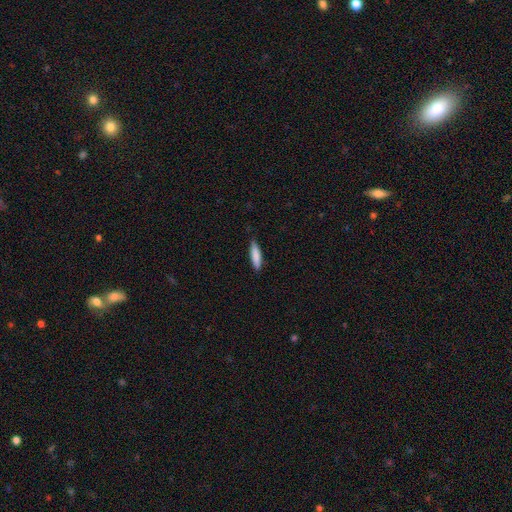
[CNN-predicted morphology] smooth 85%, featured or disk 9%, star or artifact 6%. Down the decision tree: how rounded — cigar-shaped (72%); merging — none (84%).